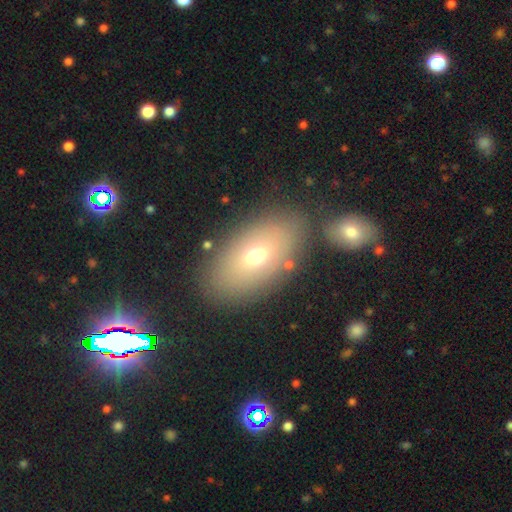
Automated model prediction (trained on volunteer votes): This is likely a smooth galaxy (66%). How rounded: clearly in between (88%). Merging: likely none (73%).